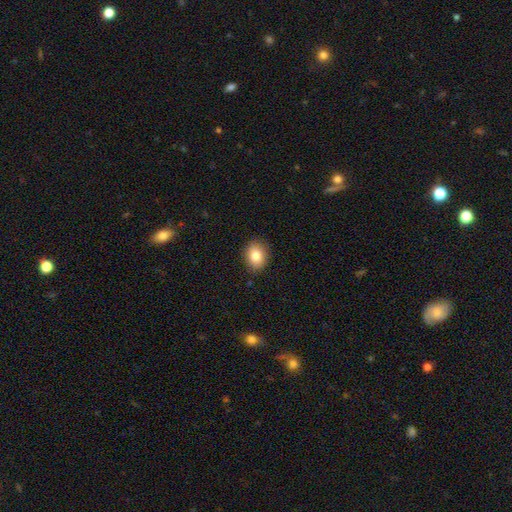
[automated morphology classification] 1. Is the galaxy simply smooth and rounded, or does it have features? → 84% smooth, 9% star or artifact, 8% featured or disk.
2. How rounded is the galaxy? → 60% in between, 39% round, 1% cigar-shaped.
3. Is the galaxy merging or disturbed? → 87% none, 10% minor disturbance, 2% major disturbance, 1% merger.